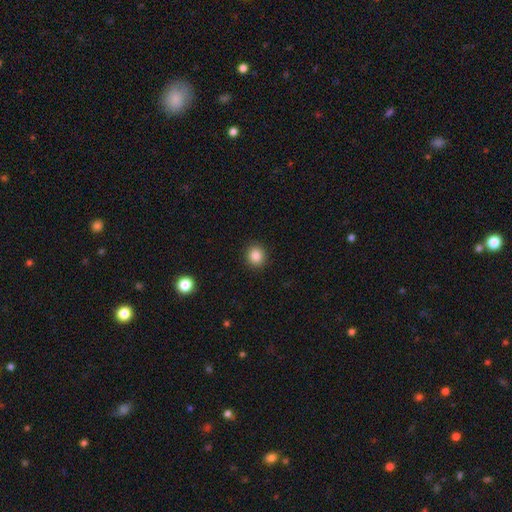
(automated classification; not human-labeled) This is clearly a smooth galaxy (86%). How rounded: clearly round (85%). Merging: clearly none (91%).